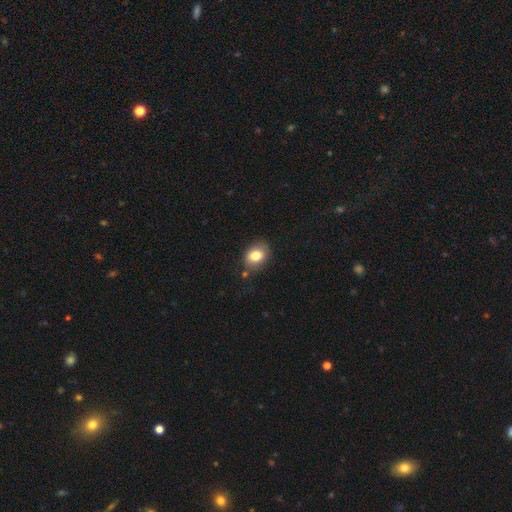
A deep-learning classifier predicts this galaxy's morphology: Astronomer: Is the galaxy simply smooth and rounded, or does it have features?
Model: smooth — 80%.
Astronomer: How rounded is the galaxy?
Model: in between — 60% (runner-up: round, 39%).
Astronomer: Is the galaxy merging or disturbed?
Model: none — 75%.